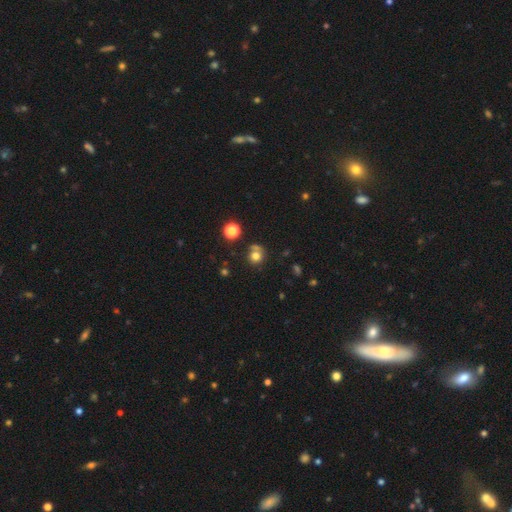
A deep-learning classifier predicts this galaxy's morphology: The model was most divided on "merging": none: 61%, merger: 22%, minor disturbance: 12%, major disturbance: 5%. More confident: how rounded — round (88%); smooth or featured — smooth (75%).